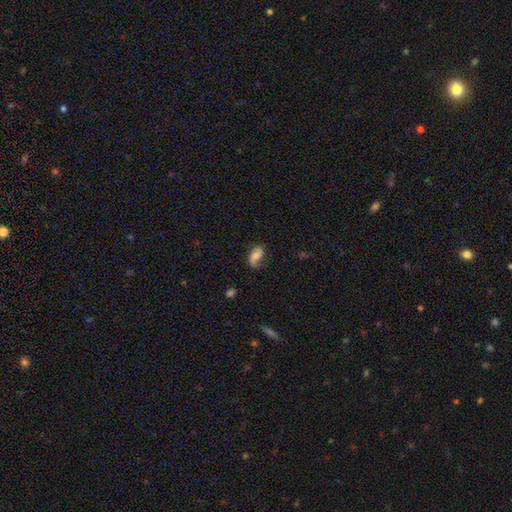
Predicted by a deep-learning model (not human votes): Smooth or featured?
  - smooth: 56% *
  - featured or disk: 36%
  - star or artifact: 8%
How rounded?
  - in between: 91% *
  - round: 6%
  - cigar-shaped: 3%
Merging?
  - none: 55% *
  - minor disturbance: 29%
  - major disturbance: 14%
  - merger: 2%